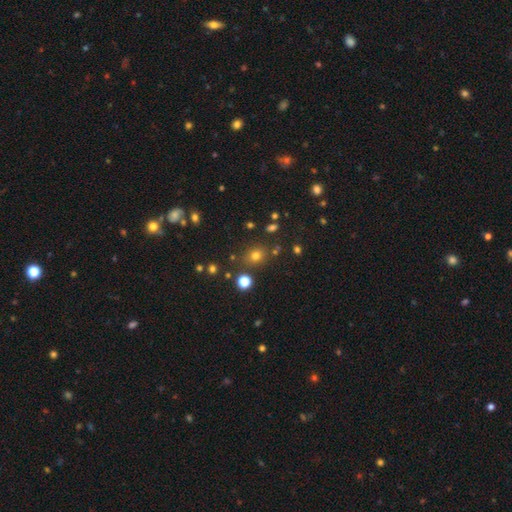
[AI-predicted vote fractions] smooth-or-featured: smooth: 70% | star or artifact: 22% | featured or disk: 8%
  how-rounded: round: 67% | in between: 32% | cigar-shaped: 1%
  merging: none: 79% | minor disturbance: 11% | merger: 6% | major disturbance: 4%